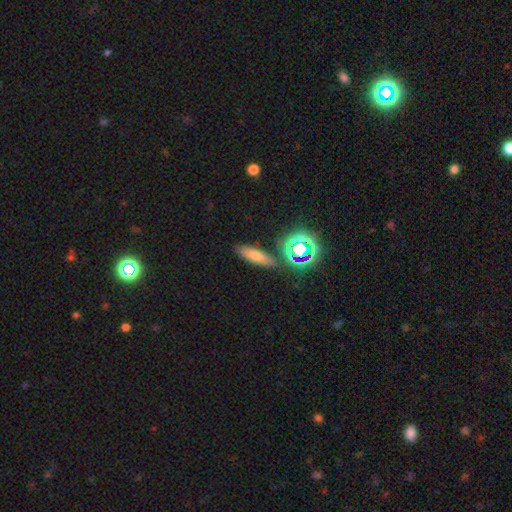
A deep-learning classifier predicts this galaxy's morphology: Smooth or featured? smooth (57%)
How rounded? cigar-shaped (54%)
Merging? none (85%)